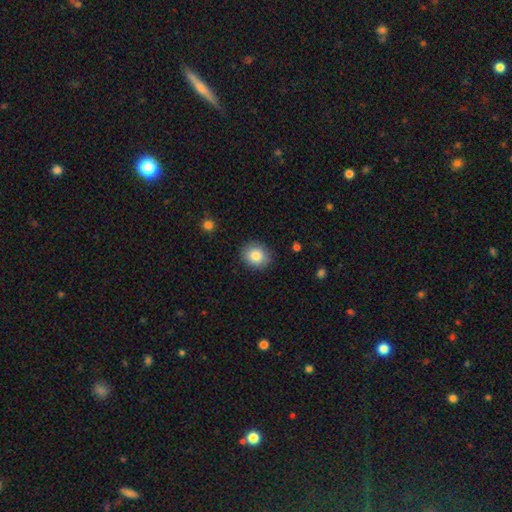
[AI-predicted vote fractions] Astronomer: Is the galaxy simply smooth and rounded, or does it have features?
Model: smooth — 84%.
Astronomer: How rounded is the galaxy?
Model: round — 69%.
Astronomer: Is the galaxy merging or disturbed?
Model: none — 88%.